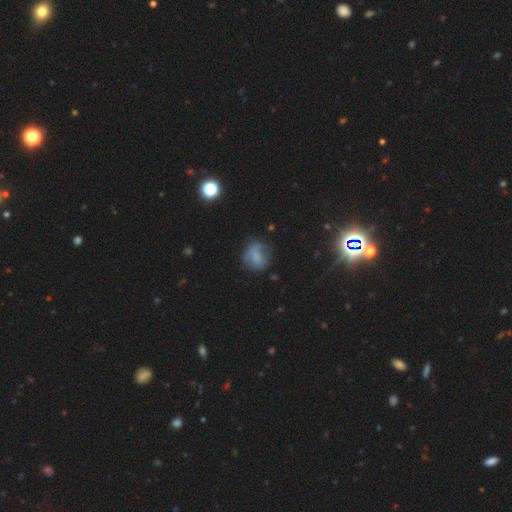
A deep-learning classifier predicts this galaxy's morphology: This appears to be a smooth galaxy with no disk features (67%) that is round (49%, tied with in between). Merging: none (57%).